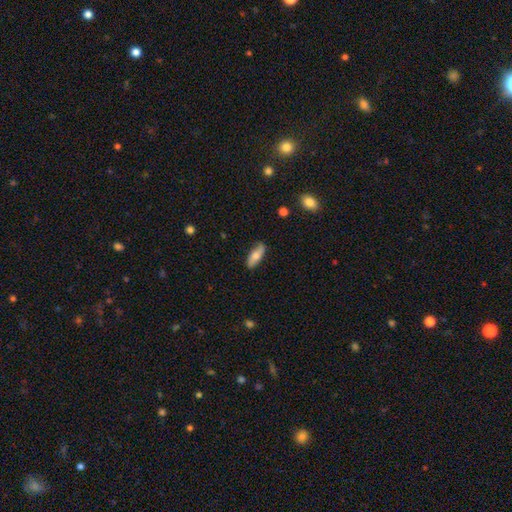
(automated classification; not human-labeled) Q: Smooth or featured?
A: smooth (61%); runner-up: featured or disk (33%)
Q: How rounded?
A: in between (65%); runner-up: cigar-shaped (32%)
Q: Merging?
A: none (81%); runner-up: minor disturbance (15%)